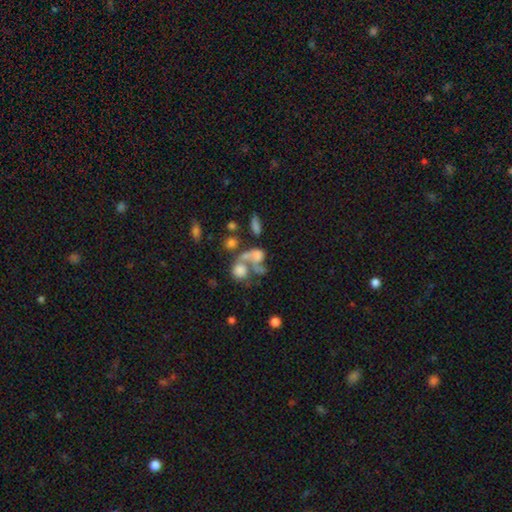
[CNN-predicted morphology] Smooth or featured?
  - smooth: 44% *
  - featured or disk: 42%
  - star or artifact: 14%
Merging?
  - merger: 50% *
  - major disturbance: 24%
  - none: 18%
  - minor disturbance: 8%